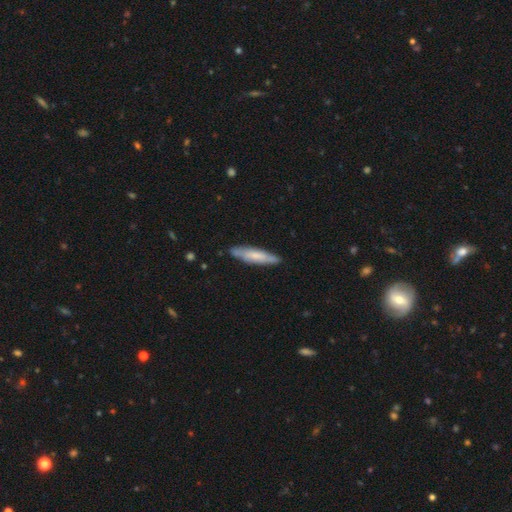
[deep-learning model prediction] smooth 58%, featured or disk 36%, star or artifact 5%. Down the decision tree: how rounded — cigar-shaped (82%); merging — none (83%).